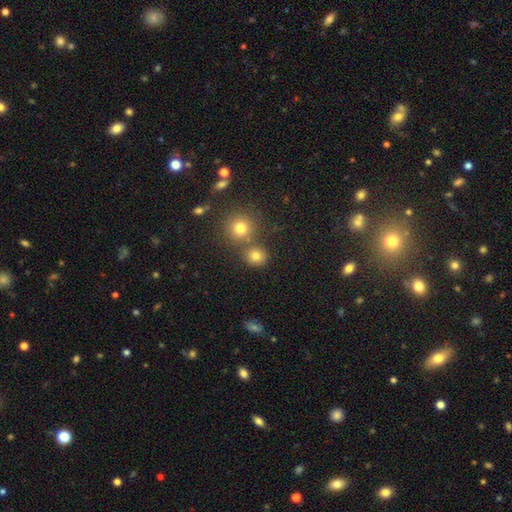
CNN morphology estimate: This appears to be a smooth galaxy with no disk features (77%) that is round (84%). Merging: none (74%).